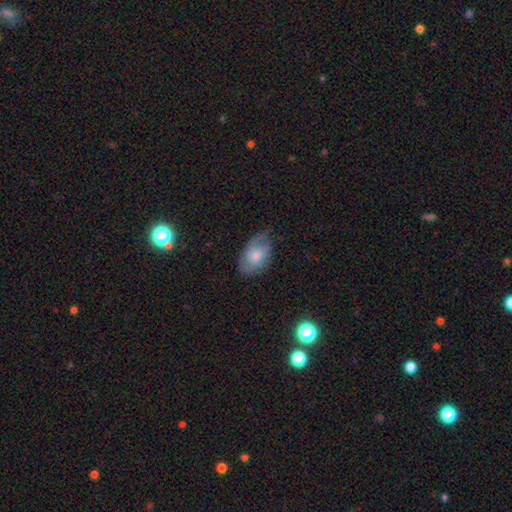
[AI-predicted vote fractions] The model was most divided on "smooth or featured": smooth: 55%, featured or disk: 38%, star or artifact: 7%. More confident: how rounded — in between (90%); merging — none (58%).